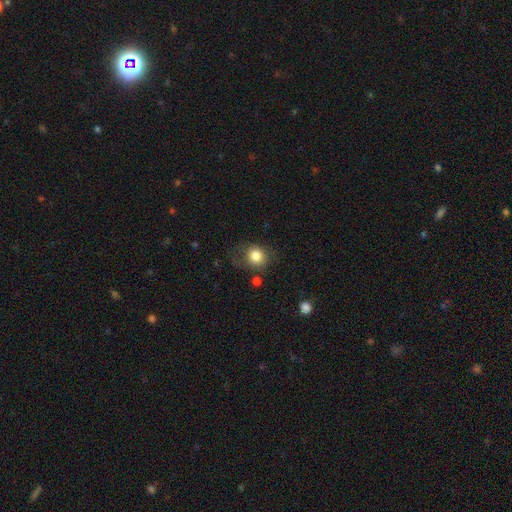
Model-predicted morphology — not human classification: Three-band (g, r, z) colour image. It shows a smooth galaxy with no disk features (81%) that is round (76%). Merging: none (66%).